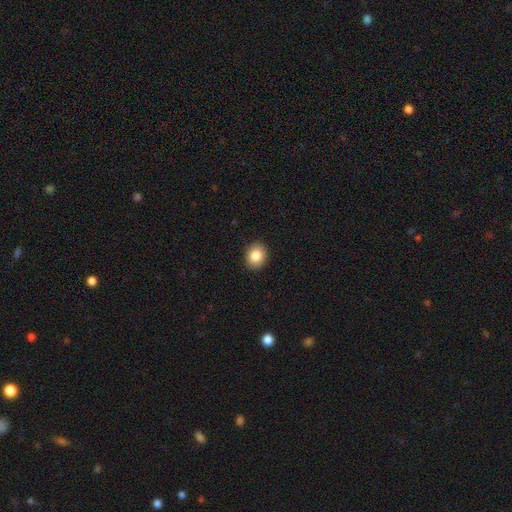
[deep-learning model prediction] Smooth or featured? Predicted: smooth (p=0.85). How rounded? Predicted: round (p=0.60). Merging? Predicted: none (p=0.91).